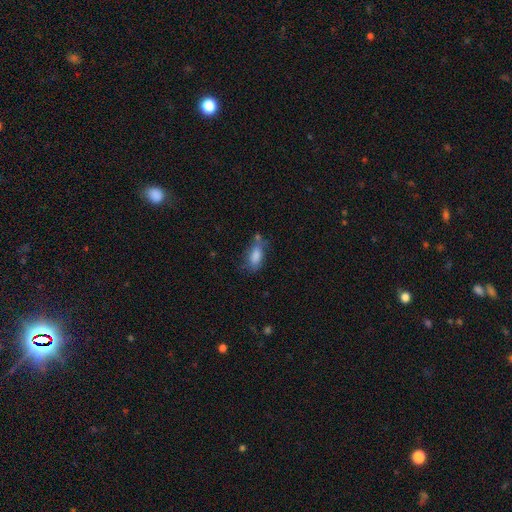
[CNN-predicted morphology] Overall: smooth (80%). How rounded: in between (84%). Merging: none (51%; minor disturbance 27%).